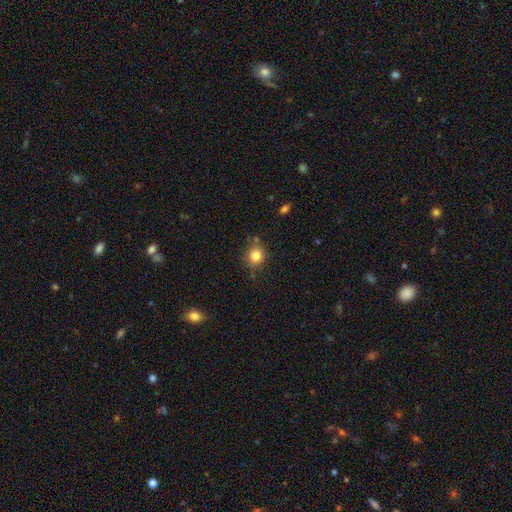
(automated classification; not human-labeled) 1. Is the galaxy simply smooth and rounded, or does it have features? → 82% smooth, 11% star or artifact, 7% featured or disk.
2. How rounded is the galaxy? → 84% round, 15% in between, 1% cigar-shaped.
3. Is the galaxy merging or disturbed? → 78% none, 13% minor disturbance, 6% merger, 3% major disturbance.